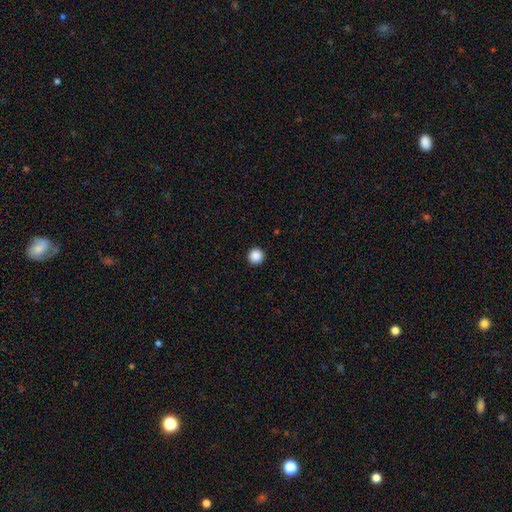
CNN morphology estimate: Overall: smooth (88%). How rounded: round (96%). Merging: none (94%).